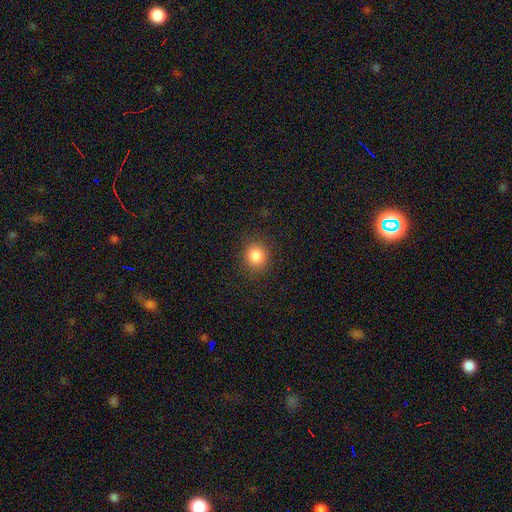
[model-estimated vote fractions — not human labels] Q: Smooth or featured?
A: smooth (85%); runner-up: star or artifact (10%)
Q: How rounded?
A: round (85%); runner-up: in between (14%)
Q: Merging?
A: none (88%); runner-up: minor disturbance (8%)